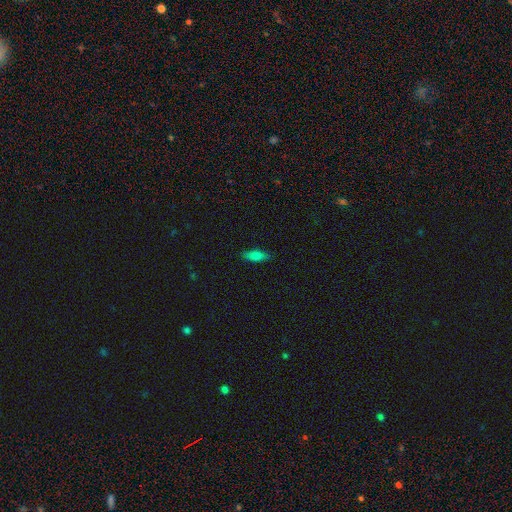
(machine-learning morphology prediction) A smooth galaxy with no disk features (73%) that is in between round and cigar-shaped (54%).

Vote fractions:
- Smooth or featured? smooth: 73% / featured or disk: 18% / star or artifact: 9%
- How rounded? in between: 54% / cigar-shaped: 43% / round: 3%
- Merging? none: 86% / minor disturbance: 11% / major disturbance: 2% / merger: 1%